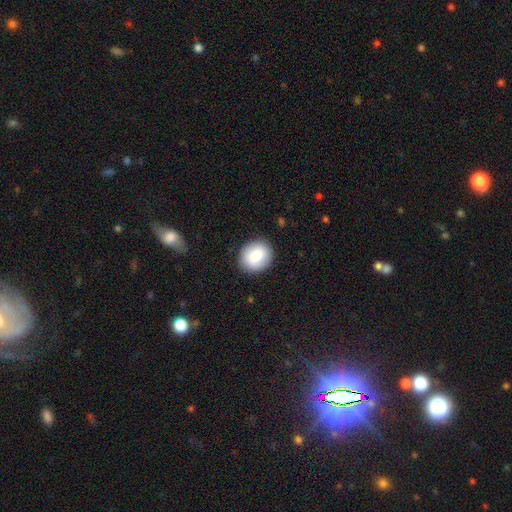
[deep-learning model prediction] Q: Smooth or featured?
A: smooth (79%); runner-up: featured or disk (14%)
Q: How rounded?
A: round (72%); runner-up: in between (27%)
Q: Merging?
A: none (88%); runner-up: minor disturbance (8%)